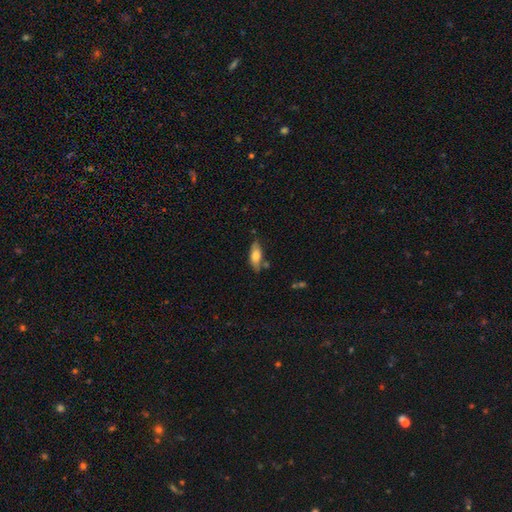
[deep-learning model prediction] A smooth galaxy with no disk features (70%) that is in between round and cigar-shaped (71%).

Vote fractions:
- Smooth or featured? smooth: 70% / featured or disk: 24% / star or artifact: 6%
- How rounded? in between: 71% / cigar-shaped: 27% / round: 2%
- Merging? none: 71% / minor disturbance: 19% / merger: 6% / major disturbance: 4%